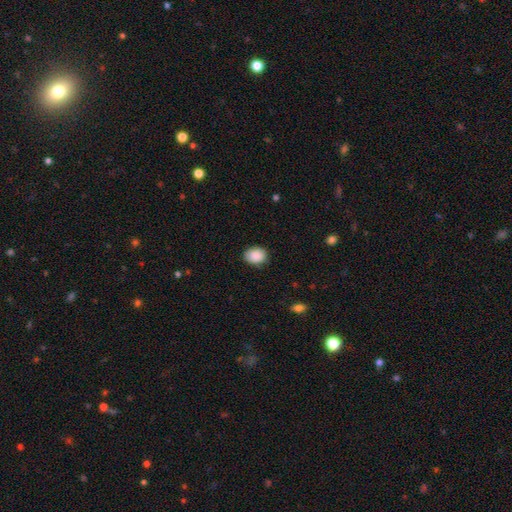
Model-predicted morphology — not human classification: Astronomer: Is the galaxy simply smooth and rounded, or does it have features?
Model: smooth — 90%.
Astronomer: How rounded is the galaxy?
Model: in between — 60% (runner-up: round, 39%).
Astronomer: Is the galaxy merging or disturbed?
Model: none — 83%.